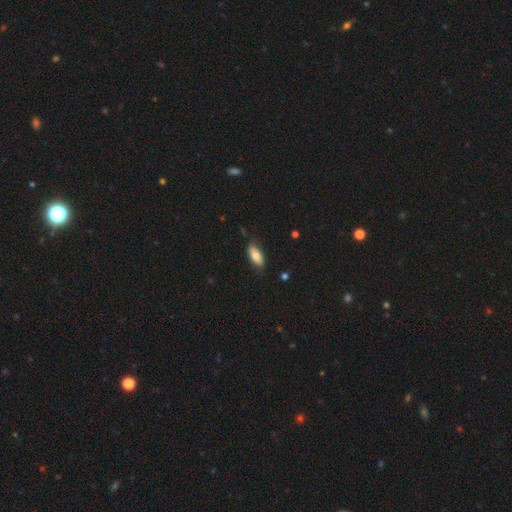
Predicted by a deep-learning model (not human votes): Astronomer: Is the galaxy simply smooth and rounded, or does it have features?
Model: smooth — 75%.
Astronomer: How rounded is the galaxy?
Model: in between — 85%.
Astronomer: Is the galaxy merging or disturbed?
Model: none — 77%.